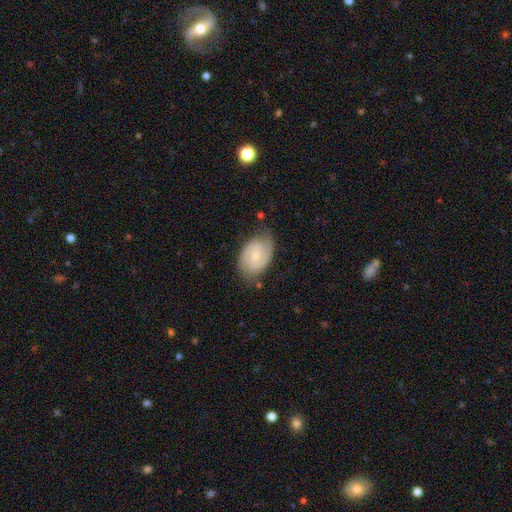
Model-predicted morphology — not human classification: A featured or disk galaxy (80%) with no bar (53%), 2 (88%) tight (45%) spiral arms (96%) and a small central bulge (62%). Merging: none (75%).